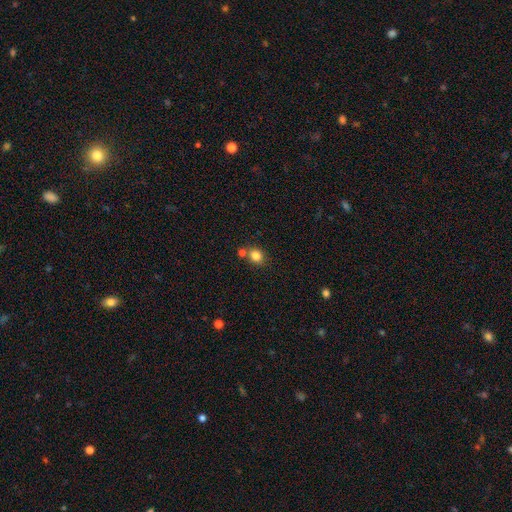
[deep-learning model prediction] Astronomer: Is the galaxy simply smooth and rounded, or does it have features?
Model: smooth — 83%.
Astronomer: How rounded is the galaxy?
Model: round — 63%.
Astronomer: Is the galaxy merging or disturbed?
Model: none — 66%.